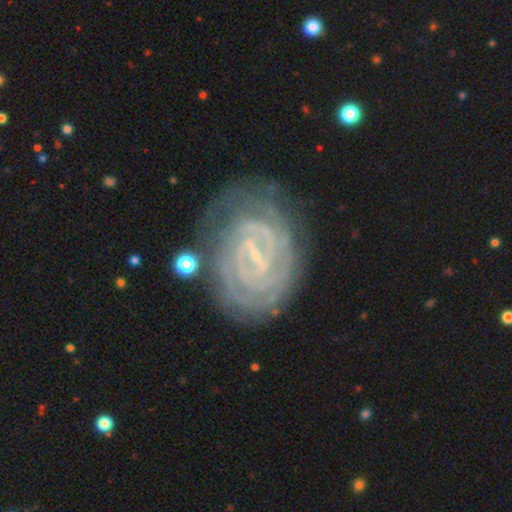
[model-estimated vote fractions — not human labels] Q: Smooth or featured?
A: featured or disk (89%); runner-up: star or artifact (6%)
Q: Edge-on disk?
A: no (97%); runner-up: yes (3%)
Q: Bar?
A: weak (41%); runner-up: strong (38%)
Q: Spiral arms?
A: yes (98%); runner-up: no (2%)
Q: Spiral winding?
A: tight (85%); runner-up: medium (13%)
Q: Spiral arm count?
A: 2 (47%); runner-up: can't tell (19%)
Q: Bulge size?
A: small (75%); runner-up: none (18%)
Q: Merging?
A: none (75%); runner-up: minor disturbance (17%)